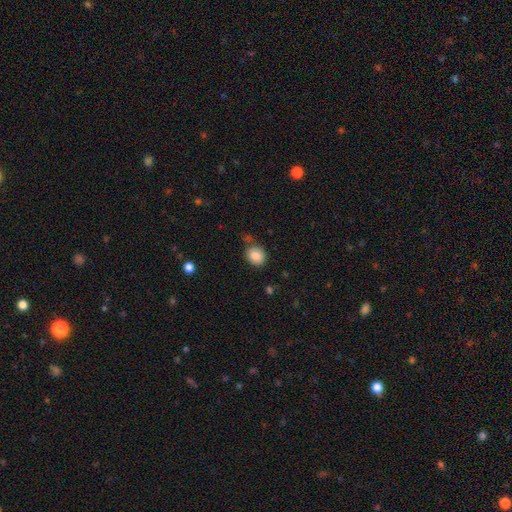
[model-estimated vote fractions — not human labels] A smooth galaxy with no disk features (84%) that is round (68%). Merging: none (74%).